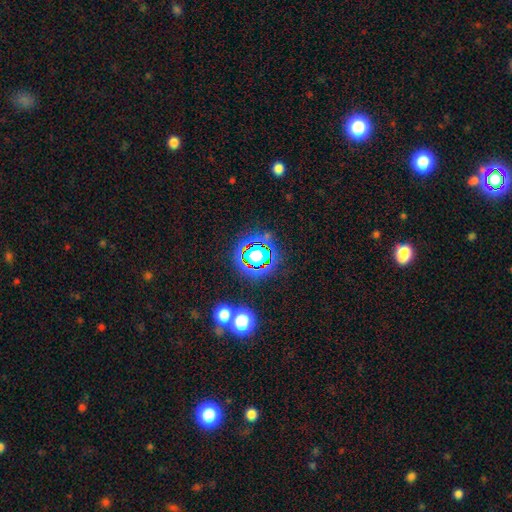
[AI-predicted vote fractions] Smooth or featured? star or artifact (74%)